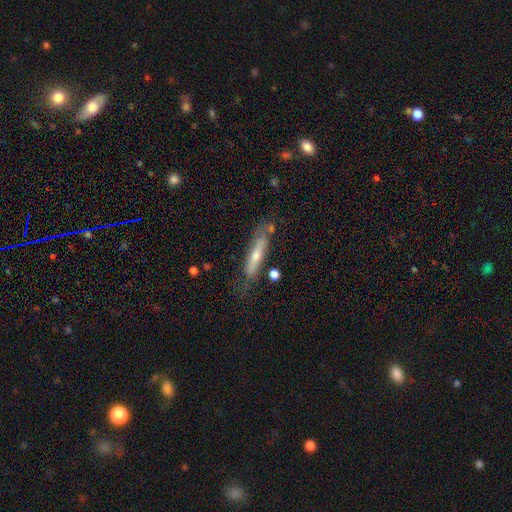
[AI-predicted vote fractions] Overall: featured or disk (49%; smooth 44%). Merging: none (67%).